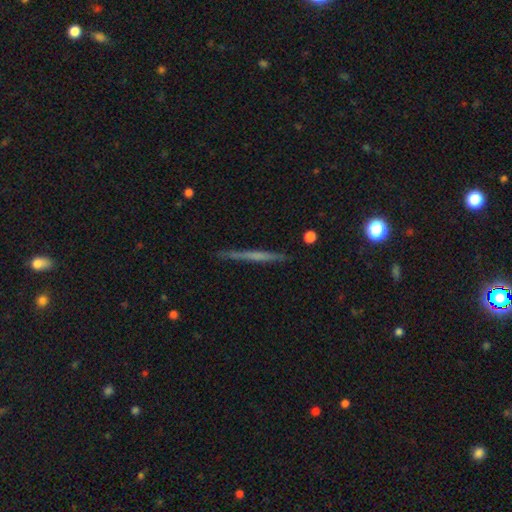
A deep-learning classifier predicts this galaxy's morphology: featured or disk 52%, smooth 41%, star or artifact 7%. Down the decision tree: edge-on disk — yes (97%); edge-on bulge — none (84%); merging — none (89%).